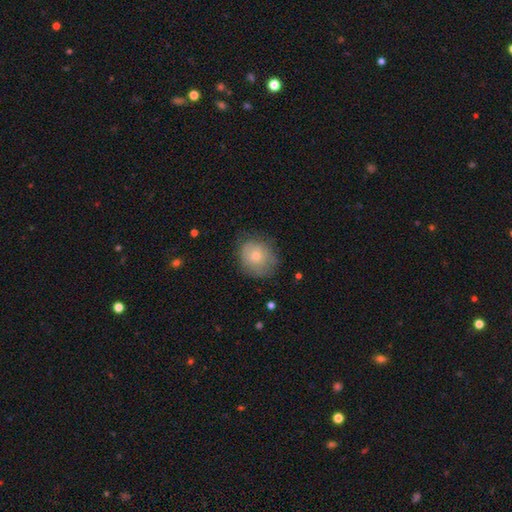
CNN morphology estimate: smooth_or_featured: smooth (p=0.73) [alt: featured or disk p=0.19]
how_rounded: round (p=0.79) [alt: in between p=0.20]
merging: none (p=0.71) [alt: minor disturbance p=0.21]